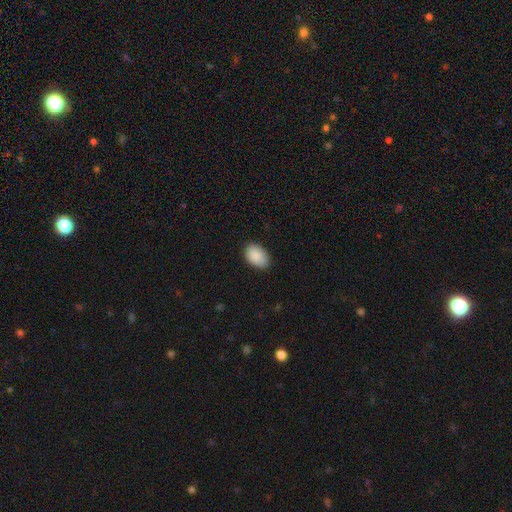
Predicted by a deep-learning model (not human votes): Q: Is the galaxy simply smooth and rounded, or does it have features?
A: smooth — 89%.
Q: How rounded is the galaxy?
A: in between — 88%.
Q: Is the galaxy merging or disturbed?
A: none — 81%.